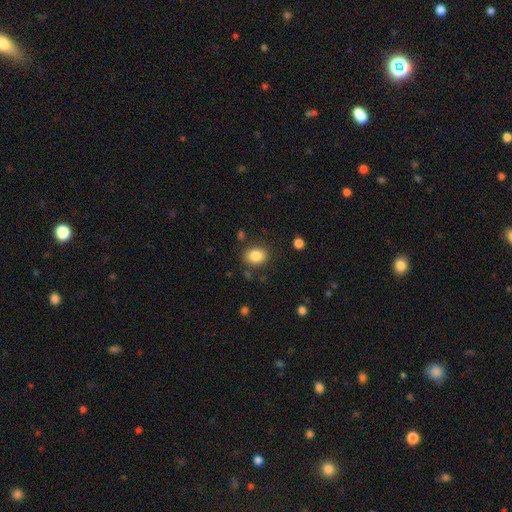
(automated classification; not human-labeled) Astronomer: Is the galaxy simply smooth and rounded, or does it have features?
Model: smooth — 86%.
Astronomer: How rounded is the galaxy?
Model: in between — 59% (runner-up: round, 40%).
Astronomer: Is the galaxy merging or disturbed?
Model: none — 82%.